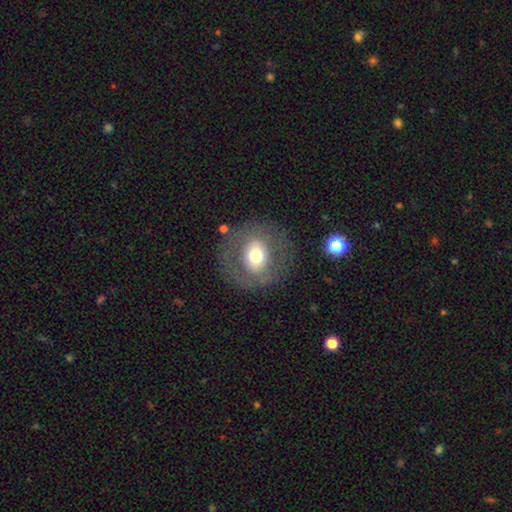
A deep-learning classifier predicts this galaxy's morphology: A smooth galaxy with no disk features (53%) that is round (81%). Merging: none (79%).